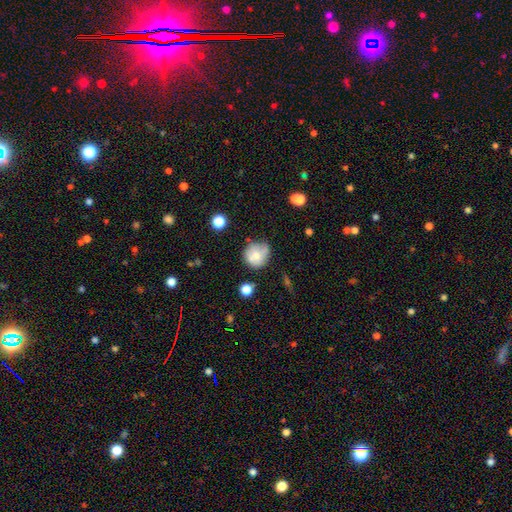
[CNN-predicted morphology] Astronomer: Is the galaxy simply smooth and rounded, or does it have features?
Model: smooth — 63%.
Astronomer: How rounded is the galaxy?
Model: round — 83%.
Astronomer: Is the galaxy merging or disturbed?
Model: none — 51% (runner-up: minor disturbance, 29%).